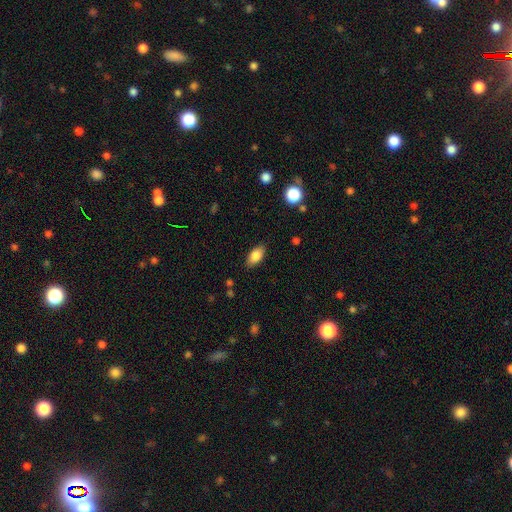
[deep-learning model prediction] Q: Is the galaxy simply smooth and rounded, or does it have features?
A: smooth — 83%.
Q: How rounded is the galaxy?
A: in between — 90%.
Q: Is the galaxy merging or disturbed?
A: none — 86%.